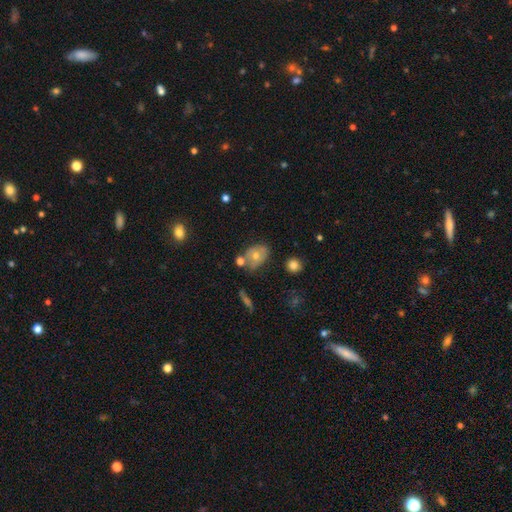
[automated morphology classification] smooth-or-featured: smooth: 50% | featured or disk: 36% | star or artifact: 14%
  merging: none: 60% | minor disturbance: 21% | merger: 12% | major disturbance: 7%